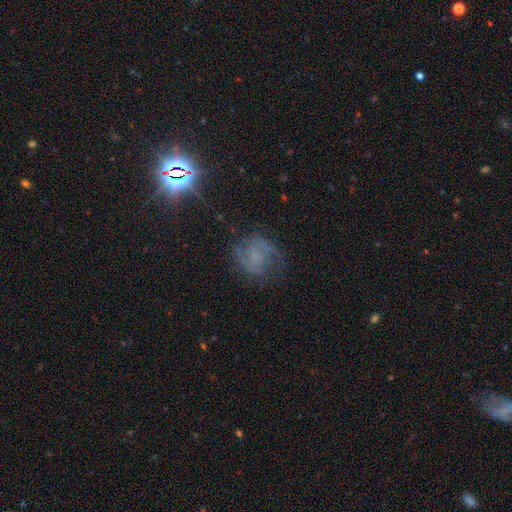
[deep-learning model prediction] Smooth or featured? featured or disk (60%)
Edge-on disk? no (97%)
Bar? no (66%)
Spiral arms? yes (84%)
Bulge size? none (60%)
Merging? none (65%)